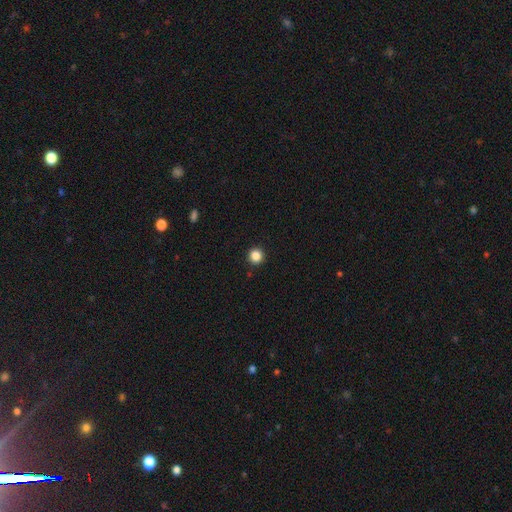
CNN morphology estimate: Overall: smooth (86%). How rounded: round (95%). Merging: none (93%).